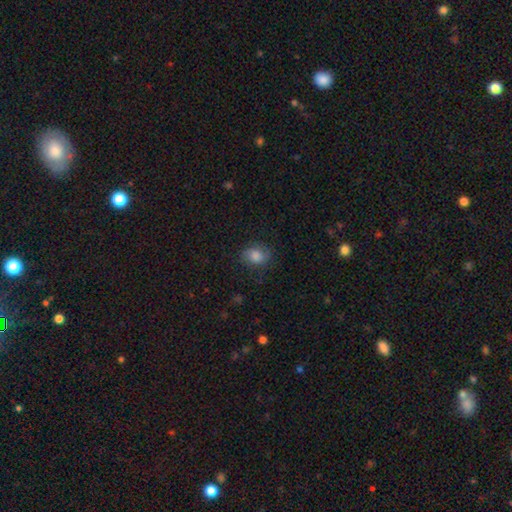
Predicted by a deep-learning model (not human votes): Smooth or featured: smooth — 78% (featured or disk — 11%)
How rounded: in between — 55% (round — 44%)
Merging: none — 76% (minor disturbance — 17%)